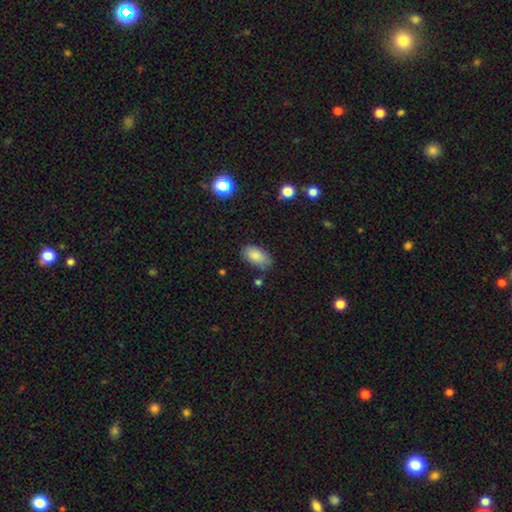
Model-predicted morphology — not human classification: smooth_or_featured: smooth (p=0.85) [alt: star or artifact p=0.08]
how_rounded: in between (p=0.93) [alt: round p=0.05]
merging: none (p=0.71) [alt: minor disturbance p=0.21]